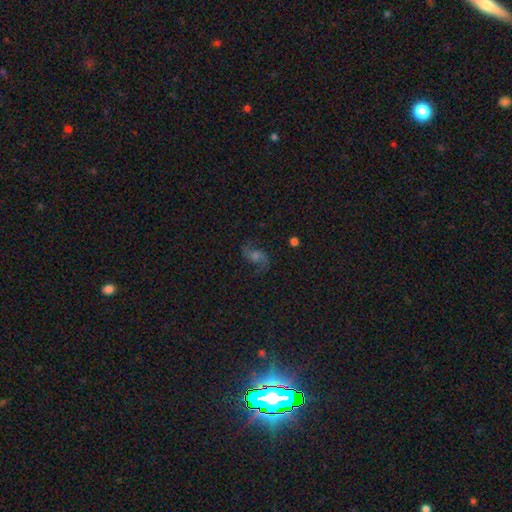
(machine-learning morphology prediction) Smooth or featured: featured or disk — 74% (star or artifact — 14%)
Edge-on disk: no — 97% (yes — 3%)
Bar: no — 55% (weak — 37%)
Spiral arms: yes — 96% (no — 4%)
Spiral winding: loose — 62% (medium — 32%)
Spiral arm count: 2 — 92% (can't tell — 3%)
Bulge size: moderate — 46% (small — 28%)
Merging: none — 77% (minor disturbance — 14%)